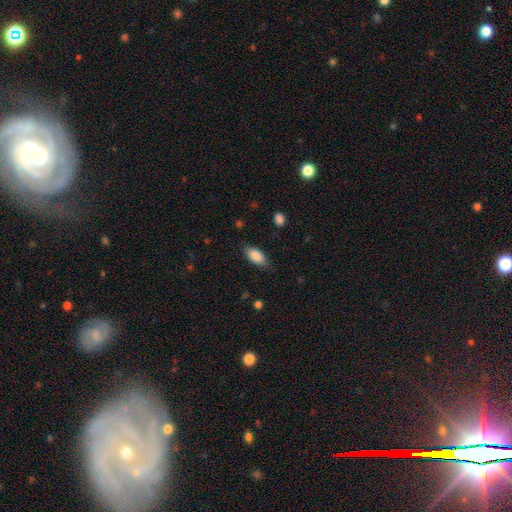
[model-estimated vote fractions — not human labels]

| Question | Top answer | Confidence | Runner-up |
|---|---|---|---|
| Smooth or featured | smooth | 85% | featured or disk (8%) |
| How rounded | in between | 88% | cigar-shaped (9%) |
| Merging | none | 81% | minor disturbance (15%) |